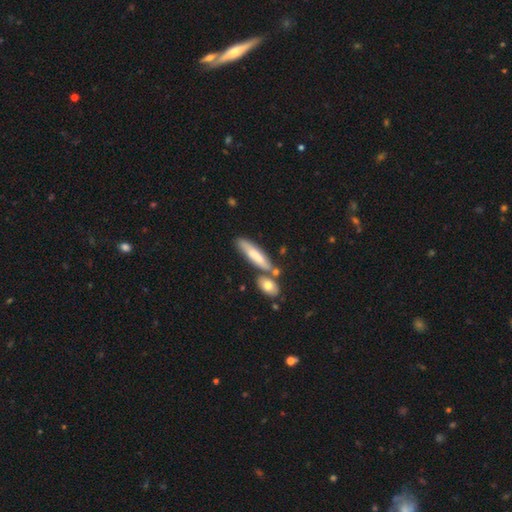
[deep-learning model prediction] Q: Smooth or featured?
A: smooth (70%); runner-up: featured or disk (24%)
Q: How rounded?
A: cigar-shaped (73%); runner-up: in between (25%)
Q: Merging?
A: none (61%); runner-up: merger (19%)